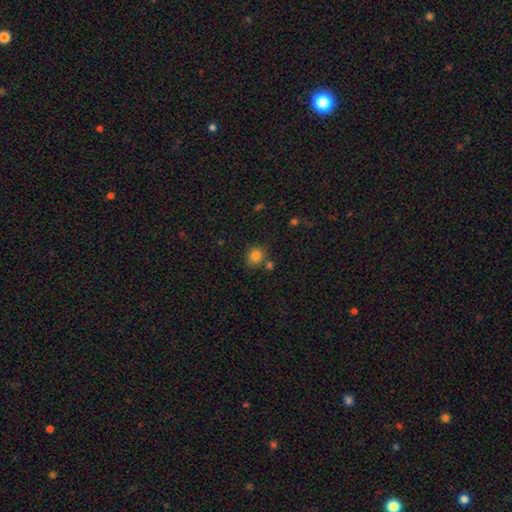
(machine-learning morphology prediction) type=smooth (82%); roundness=round (72%); merging=none (69%).